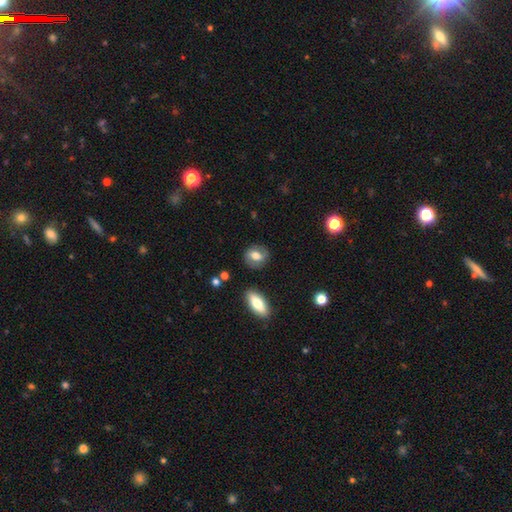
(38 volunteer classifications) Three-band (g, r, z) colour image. It shows a smooth galaxy with no disk features (79%) that is round (73%). Merging: none (80%).